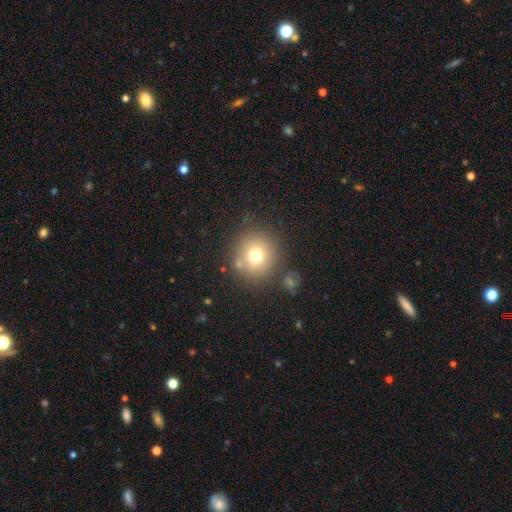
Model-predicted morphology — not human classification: smooth_or_featured: smooth (p=0.73) [alt: star or artifact p=0.14]
how_rounded: round (p=0.91) [alt: in between p=0.08]
merging: none (p=0.79) [alt: minor disturbance p=0.10]